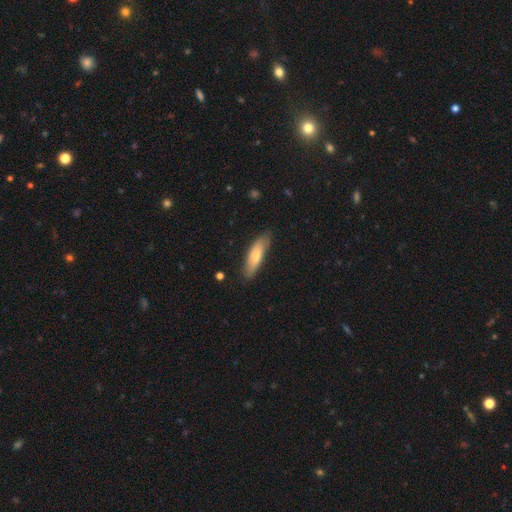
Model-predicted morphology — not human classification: smooth-or-featured: smooth: 71% | featured or disk: 24% | star or artifact: 6%
  how-rounded: cigar-shaped: 59% | in between: 39% | round: 2%
  merging: none: 81% | minor disturbance: 15% | major disturbance: 3% | merger: 1%